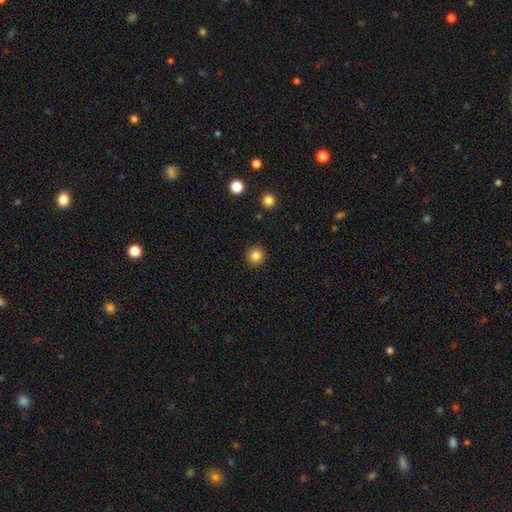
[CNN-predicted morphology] Q: Smooth or featured?
A: smooth (83%); runner-up: star or artifact (11%)
Q: How rounded?
A: round (95%); runner-up: in between (4%)
Q: Merging?
A: none (92%); runner-up: minor disturbance (5%)